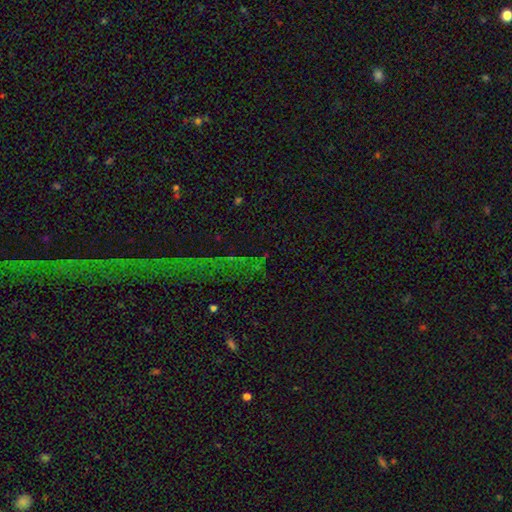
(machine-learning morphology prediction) Smooth or featured? star or artifact (78%)